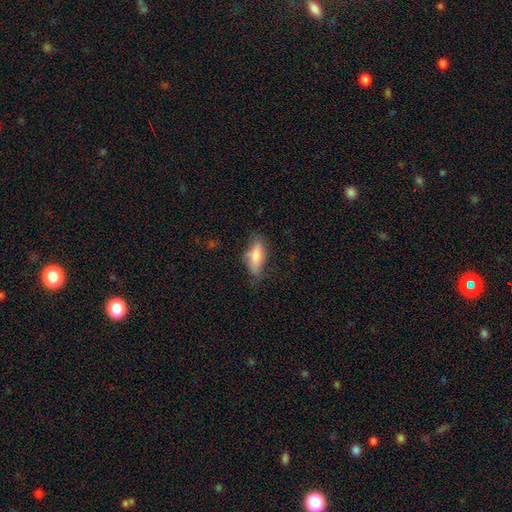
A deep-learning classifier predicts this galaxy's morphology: Smooth or featured? smooth (74%)
How rounded? in between (66%)
Merging? none (66%)